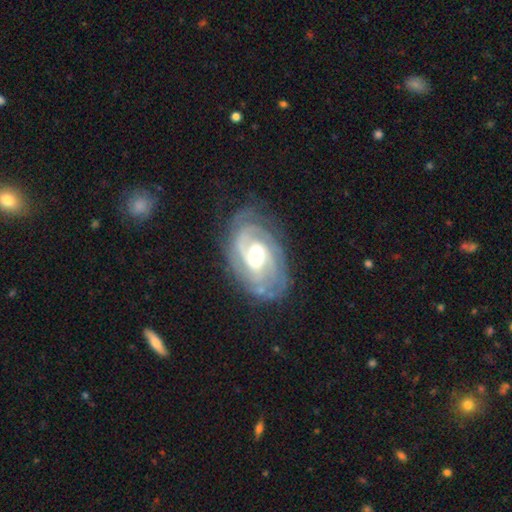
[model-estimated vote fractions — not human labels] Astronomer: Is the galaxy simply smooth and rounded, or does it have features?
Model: featured or disk — 88%.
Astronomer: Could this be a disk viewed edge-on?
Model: no — 96%.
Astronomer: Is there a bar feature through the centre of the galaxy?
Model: weak — 45% (runner-up: no, 32%).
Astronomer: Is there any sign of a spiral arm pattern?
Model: yes — 96%.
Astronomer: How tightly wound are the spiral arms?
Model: tight — 66%.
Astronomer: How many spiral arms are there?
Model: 2 — 39% (runner-up: 3, 23%).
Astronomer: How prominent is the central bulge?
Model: moderate — 67%.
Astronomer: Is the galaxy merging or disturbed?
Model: none — 75%.